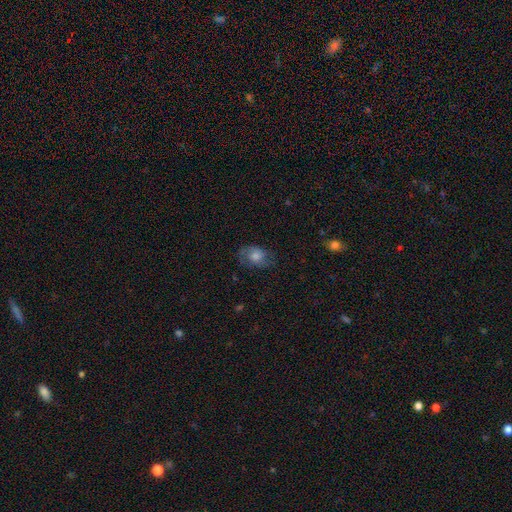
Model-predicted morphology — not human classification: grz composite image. It shows a featured or disk galaxy (49%). Merging: none (69%).